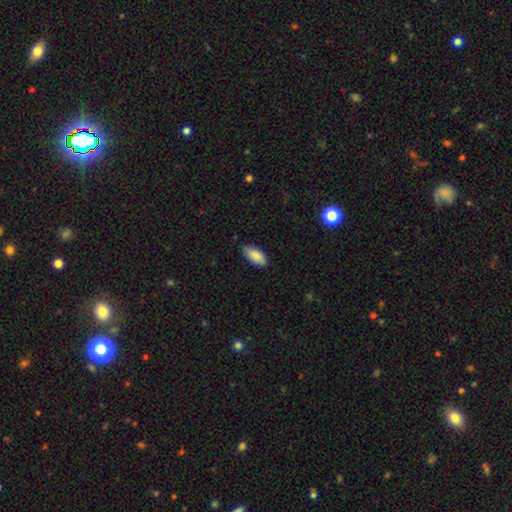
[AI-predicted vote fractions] A smooth galaxy with no disk features (87%) that is in between round and cigar-shaped (87%). Merging: none (82%).